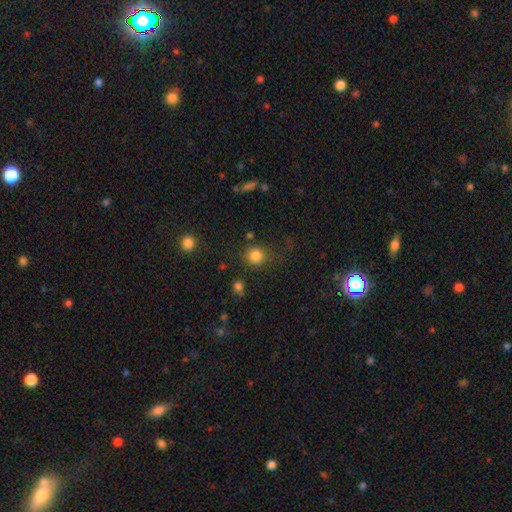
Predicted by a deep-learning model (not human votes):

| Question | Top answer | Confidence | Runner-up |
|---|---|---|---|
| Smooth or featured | smooth | 83% | star or artifact (12%) |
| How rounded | round | 90% | in between (9%) |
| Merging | none | 78% | minor disturbance (12%) |